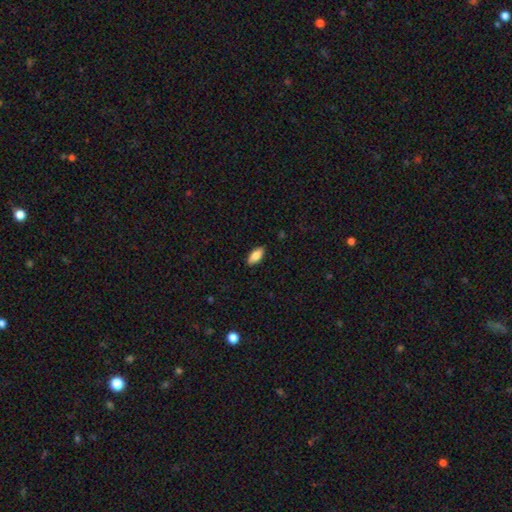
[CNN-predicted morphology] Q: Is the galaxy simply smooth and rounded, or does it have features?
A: smooth — 84%.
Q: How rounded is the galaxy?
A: in between — 86%.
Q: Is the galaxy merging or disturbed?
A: none — 87%.